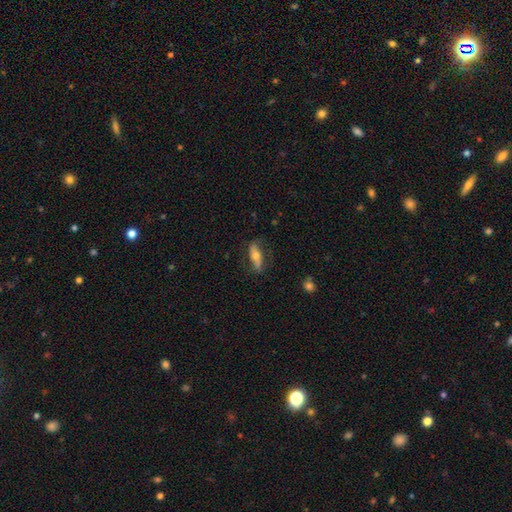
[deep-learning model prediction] A smooth galaxy with no disk features (51%) that is in between round and cigar-shaped (59%).

Vote fractions:
- Smooth or featured? smooth: 51% / featured or disk: 42% / star or artifact: 7%
- How rounded? in between: 59% / cigar-shaped: 37% / round: 4%
- Merging? none: 72% / minor disturbance: 19% / major disturbance: 7% / merger: 2%